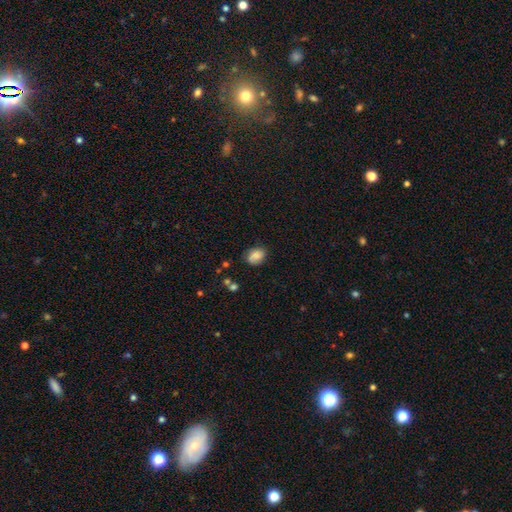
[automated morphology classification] This appears to be a smooth galaxy with no disk features (77%) that is in between round and cigar-shaped (67%). Merging: none (72%).